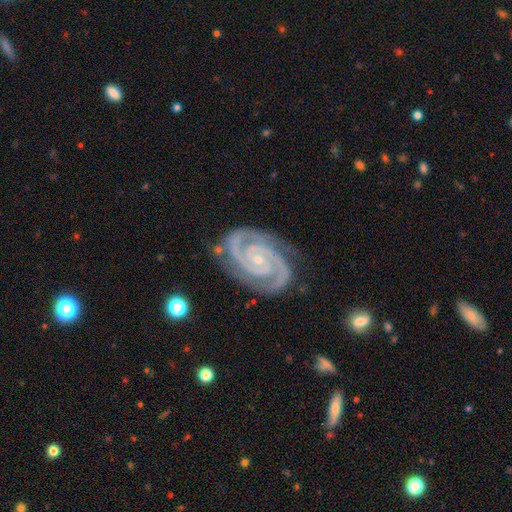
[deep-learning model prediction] Morphology: type=featured or disk (93%); edge-on=no (98%); bar=no (64%); spiral arms=yes (99%); winding=tight (77%); arm count=2 (70%); bulge=small (82%); merging=none (82%).